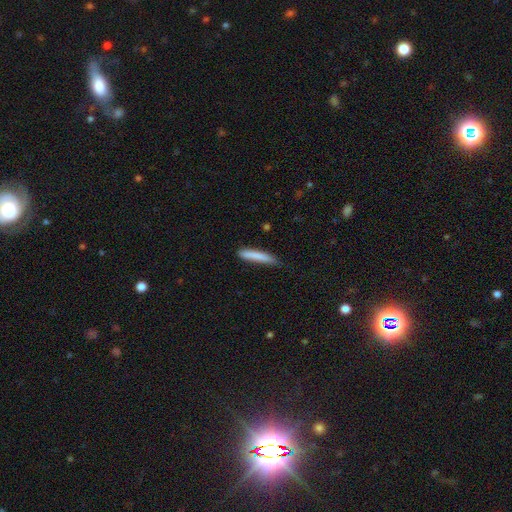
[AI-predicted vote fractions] This is clearly a smooth galaxy (81%). How rounded: clearly cigar-shaped (93%). Merging: likely none (74%).